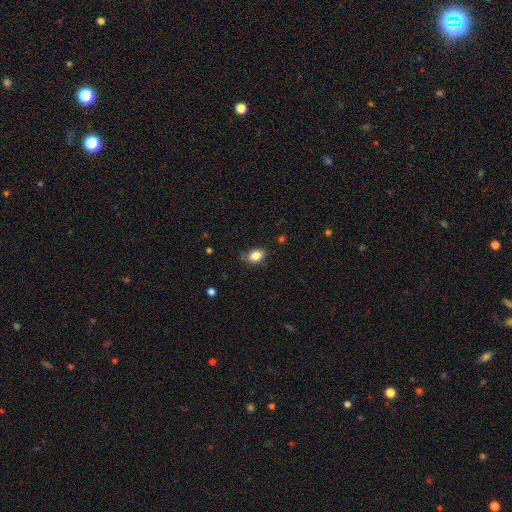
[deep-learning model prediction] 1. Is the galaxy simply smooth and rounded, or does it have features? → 84% smooth, 9% star or artifact, 8% featured or disk.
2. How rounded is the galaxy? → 79% in between, 20% round, 1% cigar-shaped.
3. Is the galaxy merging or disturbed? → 70% none, 23% minor disturbance, 5% major disturbance, 2% merger.